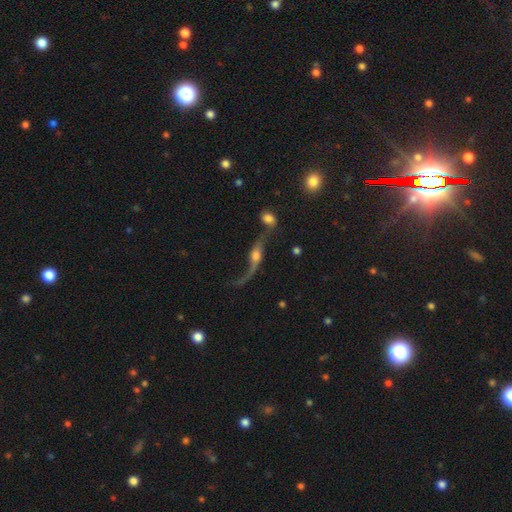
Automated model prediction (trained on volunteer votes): Smooth or featured?
  - featured or disk: 74% *
  - smooth: 17%
  - star or artifact: 9%
Edge-on disk?
  - no: 70% *
  - yes: 30%
Bar?
  - no: 61% *
  - weak: 29%
  - strong: 11%
Spiral arms?
  - yes: 87% *
  - no: 13%
Bulge size?
  - moderate: 48% *
  - small: 24%
  - large: 17%
  - none: 6%
  - dominant: 4%
Merging?
  - none: 32% *
  - merger: 29%
  - major disturbance: 24%
  - minor disturbance: 15%